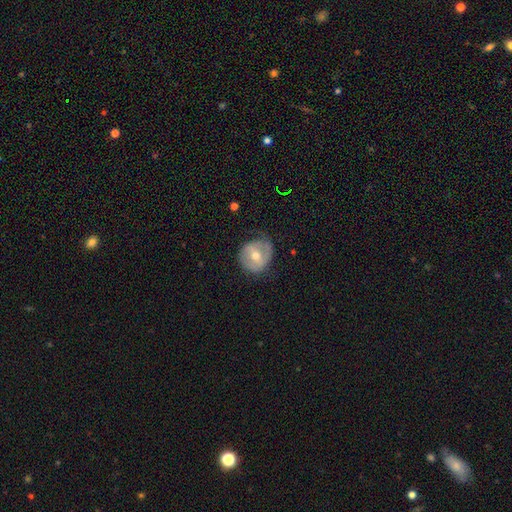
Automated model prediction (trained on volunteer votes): This appears to be a featured or disk galaxy (56%) with a weak bar (44%), spiral arms (57%) and a moderate central bulge (69%). Merging: none (62%).